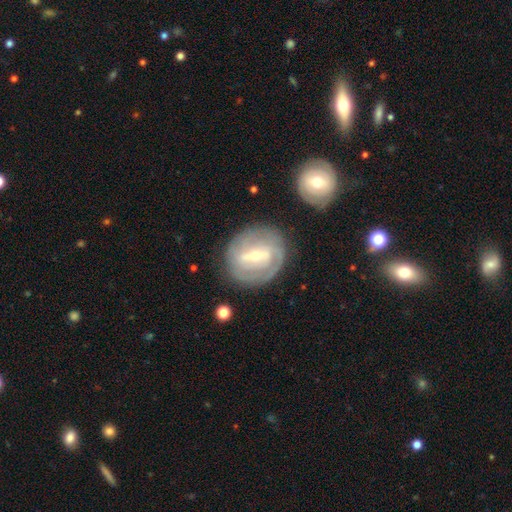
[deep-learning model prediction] A featured or disk galaxy (80%) with a strong bar (53%), 2 (44%) tight (64%) spiral arms (84%) and a small central bulge (59%).

Vote fractions:
- Smooth or featured? featured or disk: 80% / smooth: 15% / star or artifact: 6%
- Edge-on disk? no: 95% / yes: 5%
- Bar? strong: 53% / weak: 37% / no: 10%
- Spiral arms? yes: 84% / no: 16%
- Spiral winding? tight: 64% / medium: 27% / loose: 9%
- Spiral arm count? 2: 44% / can't tell: 34% / 3: 11% / 1: 5% / 4: 4% / more than 4: 3%
- Bulge size? small: 59% / moderate: 37% / large: 2% / none: 1% / dominant: 1%
- Merging? none: 77% / minor disturbance: 14% / major disturbance: 6% / merger: 4%